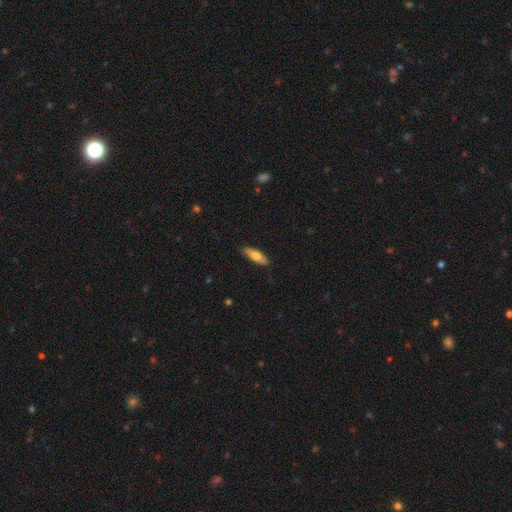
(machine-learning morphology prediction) Smooth or featured? Predicted: smooth (p=0.67). How rounded? Predicted: cigar-shaped (p=0.57). Merging? Predicted: none (p=0.87).